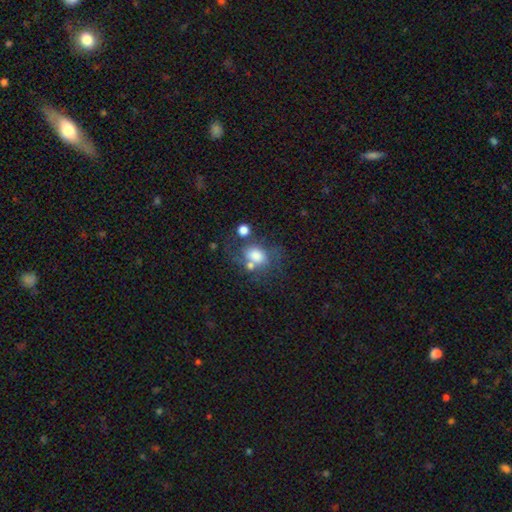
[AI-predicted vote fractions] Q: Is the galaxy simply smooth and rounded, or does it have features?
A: smooth — 67%.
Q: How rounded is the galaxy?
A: in between — 61%.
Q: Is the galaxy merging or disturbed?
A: none — 39%.